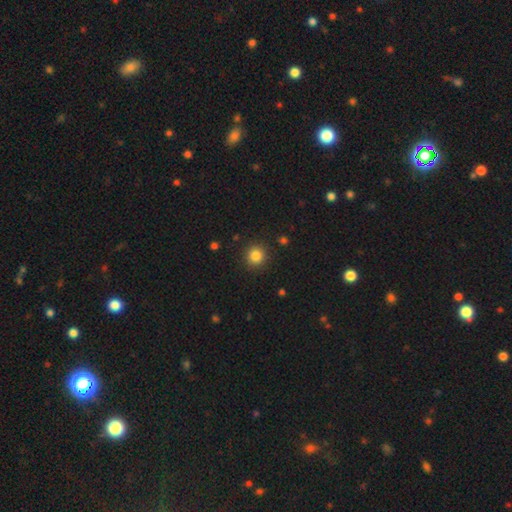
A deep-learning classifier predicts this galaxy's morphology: type=smooth (84%); roundness=round (94%); merging=none (91%).